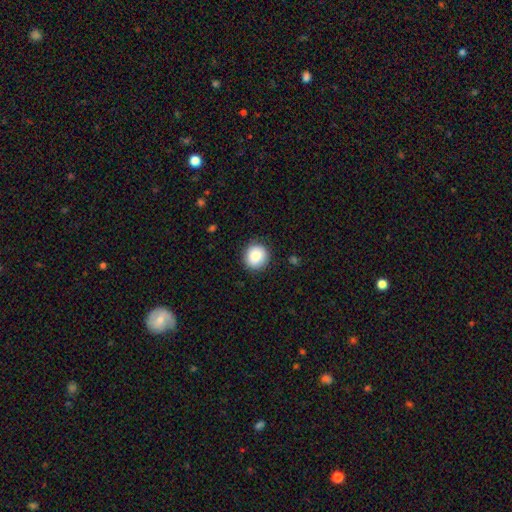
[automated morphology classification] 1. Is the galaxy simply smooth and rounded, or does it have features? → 87% smooth, 8% star or artifact, 4% featured or disk.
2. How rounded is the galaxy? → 89% round, 10% in between, 1% cigar-shaped.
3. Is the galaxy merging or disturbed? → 89% none, 8% minor disturbance, 2% major disturbance, 1% merger.